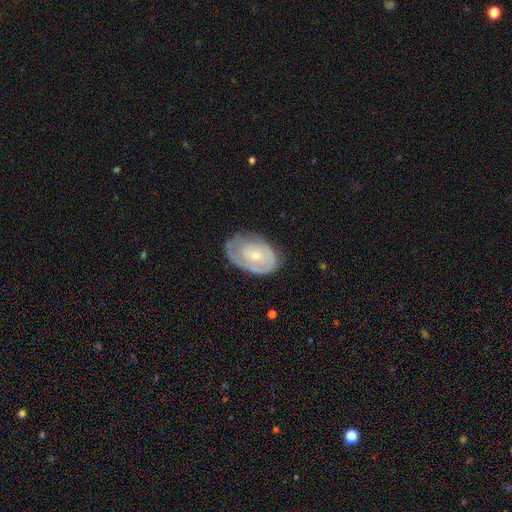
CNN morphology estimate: This appears to be a featured or disk galaxy (63%) with no bar (82%), spiral arms (66%) and a small central bulge (66%). Merging: none (60%).